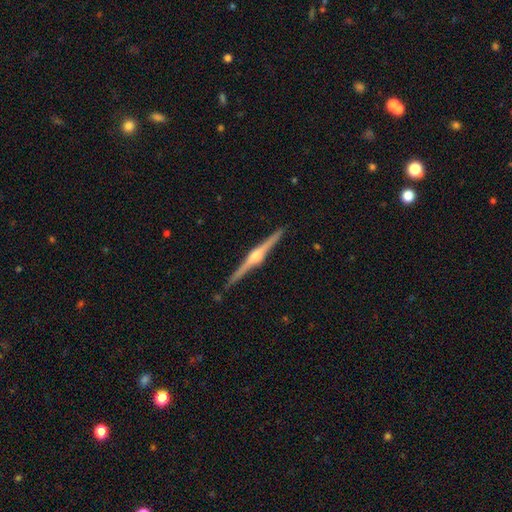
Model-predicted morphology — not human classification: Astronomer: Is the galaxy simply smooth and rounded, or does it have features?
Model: featured or disk — 86%.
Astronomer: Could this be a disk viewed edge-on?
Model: yes — 99%.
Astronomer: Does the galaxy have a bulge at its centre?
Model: rounded — 89%.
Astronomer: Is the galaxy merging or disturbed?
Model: none — 90%.